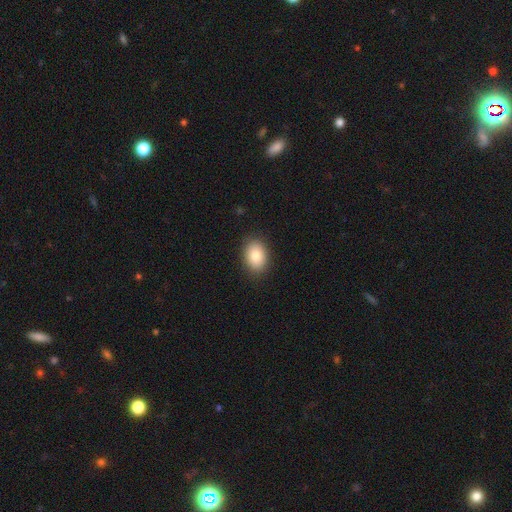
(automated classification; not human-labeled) smooth_or_featured: smooth (p=0.84) [alt: featured or disk p=0.09]
how_rounded: in between (p=0.77) [alt: round p=0.22]
merging: none (p=0.88) [alt: minor disturbance p=0.09]